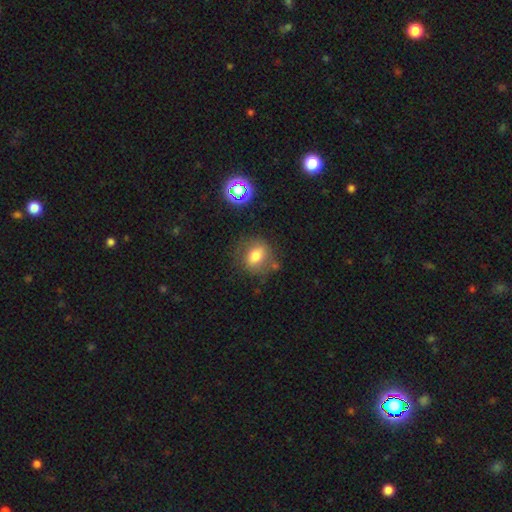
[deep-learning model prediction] Overall: smooth (69%). How rounded: round (55%; in between 44%). Merging: none (69%).